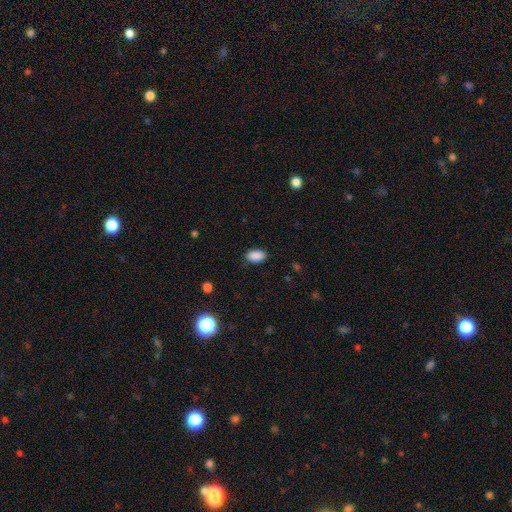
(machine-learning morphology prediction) smooth 89%, star or artifact 8%, featured or disk 3%. Down the decision tree: how rounded — in between (91%); merging — none (86%).